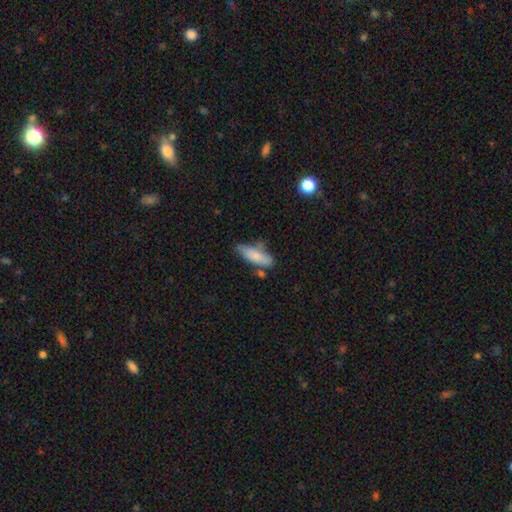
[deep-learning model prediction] smooth-or-featured: smooth: 76% | featured or disk: 18% | star or artifact: 6%
  how-rounded: in between: 63% | cigar-shaped: 35% | round: 2%
  merging: none: 53% | minor disturbance: 27% | merger: 12% | major disturbance: 7%